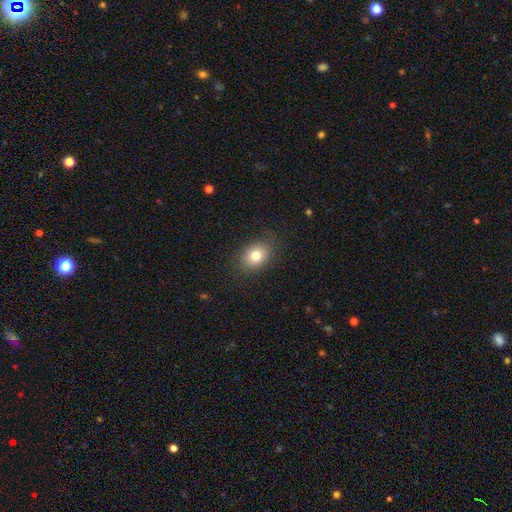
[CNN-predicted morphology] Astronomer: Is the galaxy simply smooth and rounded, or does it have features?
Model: smooth — 79%.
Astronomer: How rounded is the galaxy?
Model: in between — 62%.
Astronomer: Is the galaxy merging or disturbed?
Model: none — 81%.